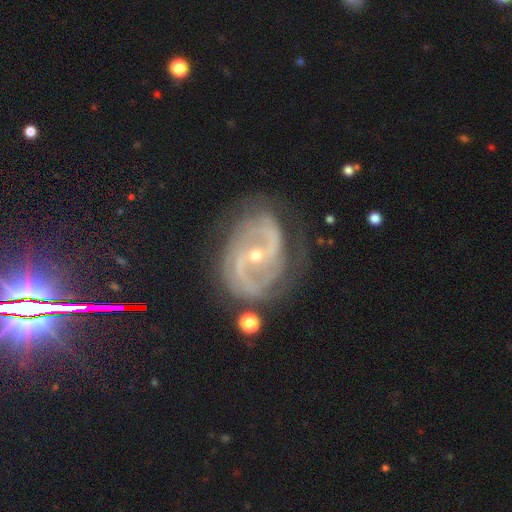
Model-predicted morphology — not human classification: Overall: featured or disk (88%). Edge-on disk: no (97%). Bar: no (38%, tied with weak). Spiral arms: yes (95%). Spiral arm count: 2 (71%). Spiral winding: medium (47%; tight 36%). Bulge size: small (67%; moderate 30%). Merging: none (65%).